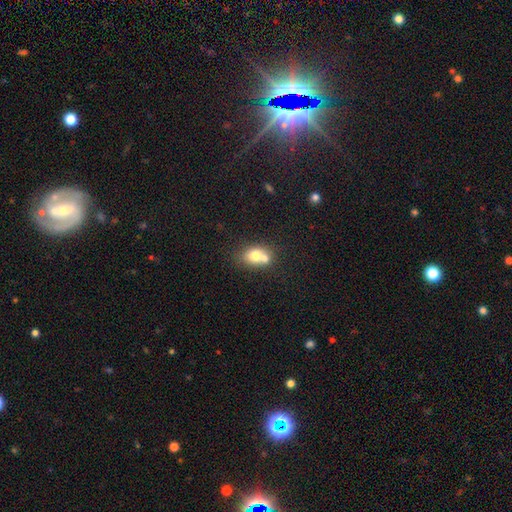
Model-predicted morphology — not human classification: Smooth or featured: smooth — 71% (featured or disk — 19%)
How rounded: in between — 55% (round — 44%)
Merging: merger — 54% (none — 34%)